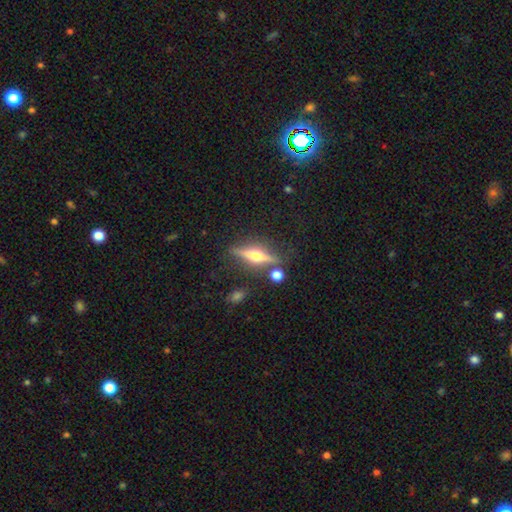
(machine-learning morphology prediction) A featured or disk galaxy (76%) viewed edge-on (96%) with a rounded central bulge (95%).

Vote fractions:
- Smooth or featured? featured or disk: 76% / smooth: 16% / star or artifact: 8%
- Edge-on disk? yes: 96% / no: 4%
- Edge-on bulge? rounded: 95% / boxy: 3% / none: 2%
- Merging? none: 83% / minor disturbance: 10% / merger: 5% / major disturbance: 3%